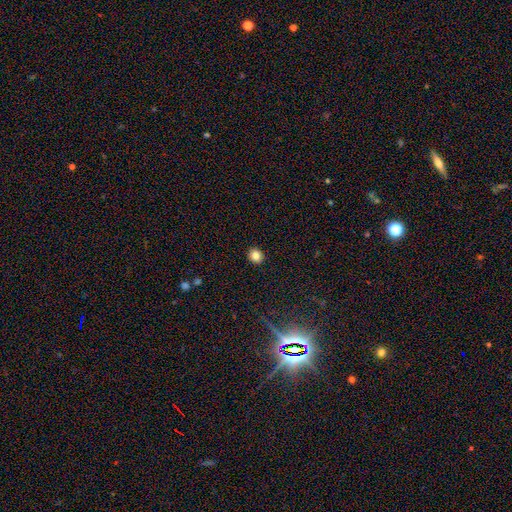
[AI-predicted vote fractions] Overall: smooth (83%). How rounded: round (71%). Merging: none (92%).